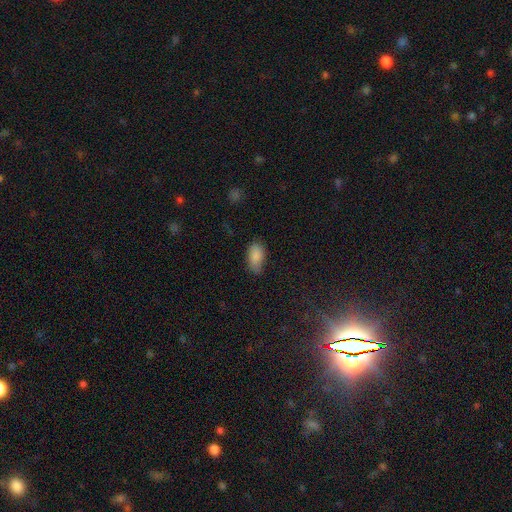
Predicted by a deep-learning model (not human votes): Smooth or featured?
  - smooth: 85% *
  - star or artifact: 8%
  - featured or disk: 7%
How rounded?
  - in between: 93% *
  - round: 4%
  - cigar-shaped: 3%
Merging?
  - none: 63% *
  - minor disturbance: 29%
  - major disturbance: 6%
  - merger: 2%